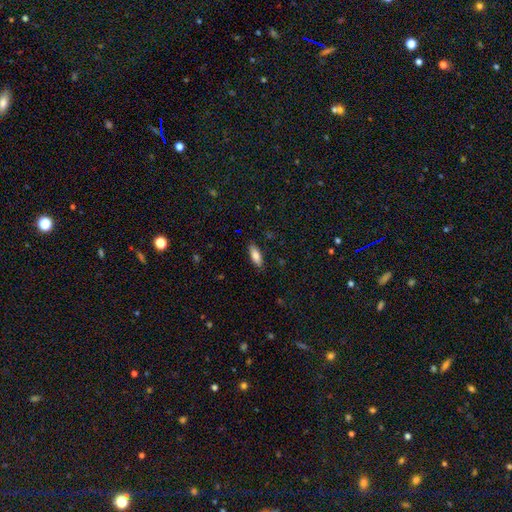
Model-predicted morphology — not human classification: The model was most divided on "how rounded": in between: 72%, cigar-shaped: 27%, round: 2%. More confident: merging — none (87%); smooth or featured — smooth (81%).